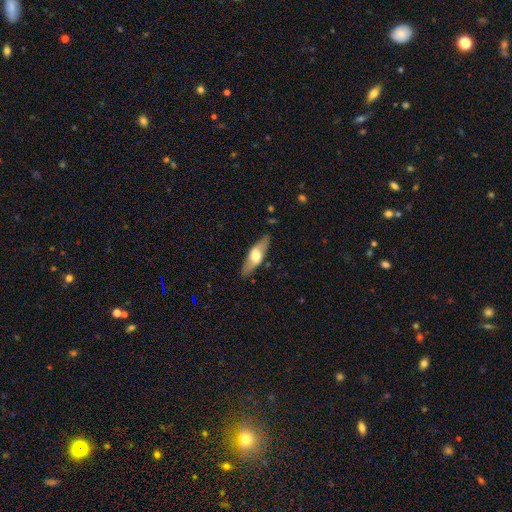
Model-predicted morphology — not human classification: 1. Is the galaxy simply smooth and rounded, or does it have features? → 48% featured or disk, 46% smooth, 5% star or artifact.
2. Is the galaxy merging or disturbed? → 85% none, 11% minor disturbance, 3% major disturbance, 1% merger.